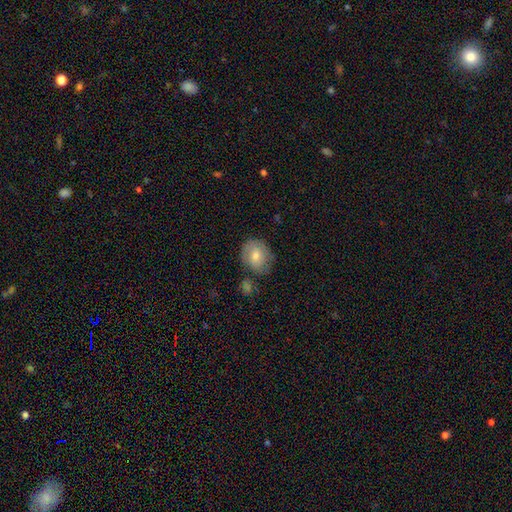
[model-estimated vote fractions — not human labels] Smooth or featured?
  - smooth: 63% *
  - featured or disk: 28%
  - star or artifact: 9%
How rounded?
  - round: 66% *
  - in between: 33%
  - cigar-shaped: 1%
Merging?
  - none: 69% *
  - minor disturbance: 19%
  - merger: 7%
  - major disturbance: 5%